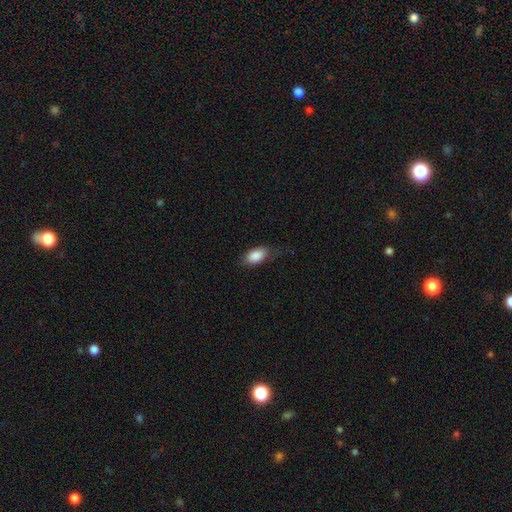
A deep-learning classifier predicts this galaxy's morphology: smooth-or-featured: smooth: 86% | featured or disk: 7% | star or artifact: 7%
  how-rounded: in between: 90% | round: 6% | cigar-shaped: 4%
  merging: none: 66% | minor disturbance: 25% | major disturbance: 9% | merger: 1%